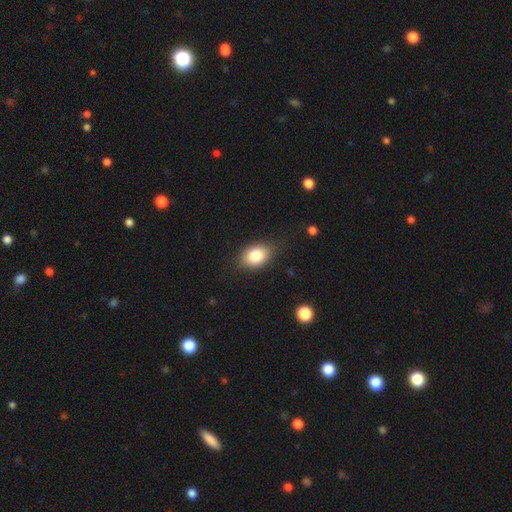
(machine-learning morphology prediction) smooth-or-featured: smooth: 82% | featured or disk: 10% | star or artifact: 8%
  how-rounded: in between: 81% | round: 17% | cigar-shaped: 2%
  merging: none: 77% | minor disturbance: 17% | major disturbance: 4% | merger: 1%